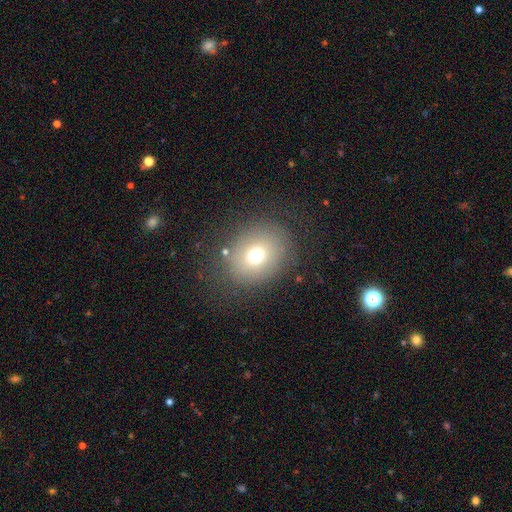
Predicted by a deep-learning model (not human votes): Smooth or featured: smooth — 68% (featured or disk — 16%)
How rounded: round — 68% (in between — 31%)
Merging: none — 77% (minor disturbance — 13%)